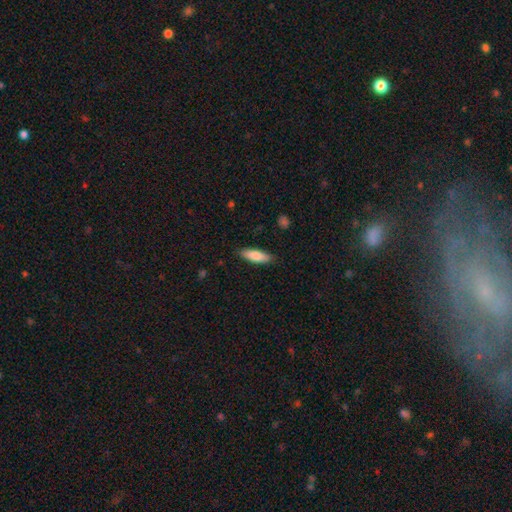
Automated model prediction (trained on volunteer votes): Overall: smooth (82%). How rounded: in between (51%; cigar-shaped 47%). Merging: none (86%).